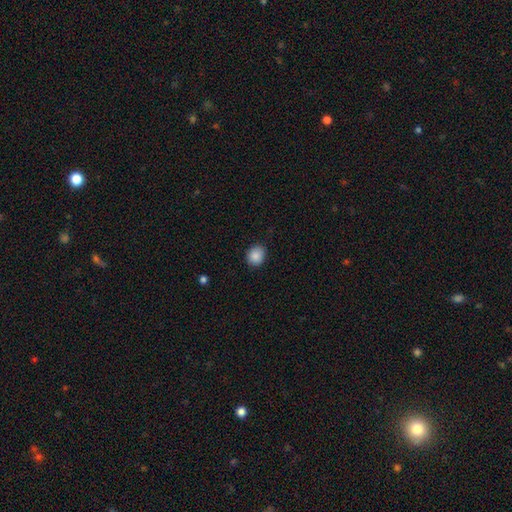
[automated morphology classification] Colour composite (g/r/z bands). It shows a smooth galaxy with no disk features (88%) that is round (70%). Merging: none (85%).